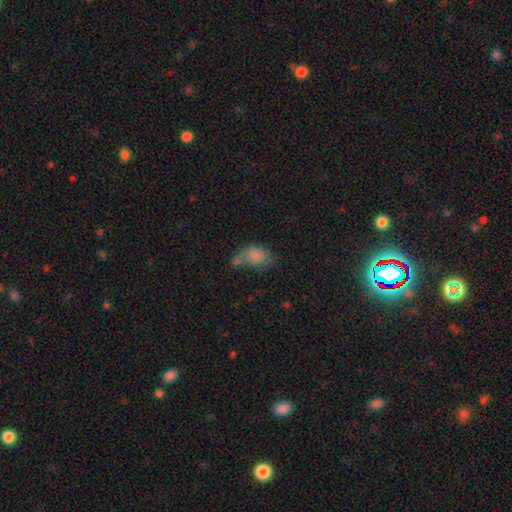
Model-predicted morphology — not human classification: A smooth galaxy with no disk features (77%) that is in between round and cigar-shaped (84%). Merging: merger (35%).